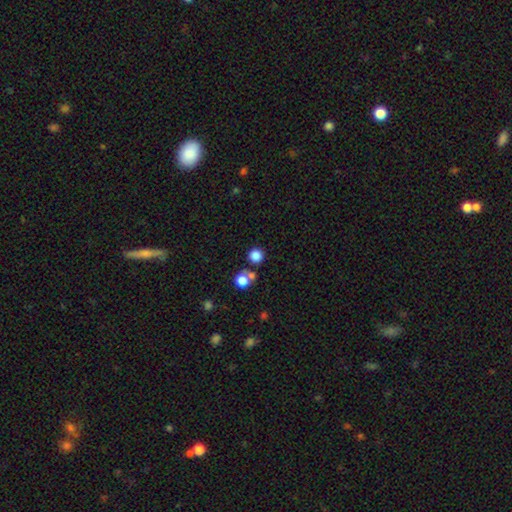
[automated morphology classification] Smooth or featured? Predicted: smooth (p=0.81). How rounded? Predicted: round (p=0.94). Merging? Predicted: none (p=0.72).